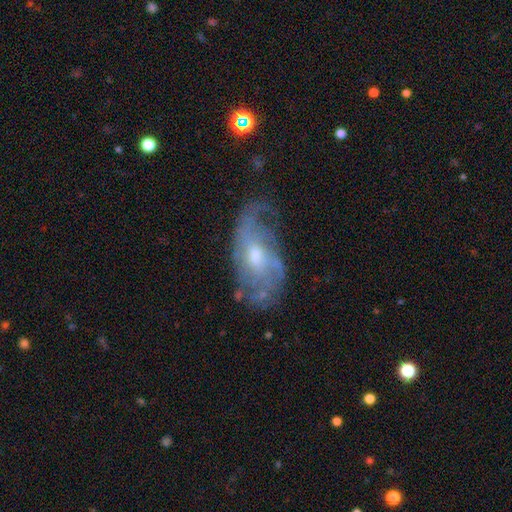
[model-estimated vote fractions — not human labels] A featured or disk galaxy (78%) with no bar (56%), 2 (38%) medium (38%) spiral arms (85%) and a moderate central bulge (57%).

Vote fractions:
- Smooth or featured? featured or disk: 78% / smooth: 15% / star or artifact: 7%
- Edge-on disk? no: 94% / yes: 6%
- Bar? no: 56% / weak: 37% / strong: 6%
- Spiral arms? yes: 85% / no: 15%
- Spiral winding? medium: 38% / loose: 37% / tight: 25%
- Spiral arm count? 2: 38% / can't tell: 33% / 1: 11% / 3: 10% / 4: 4% / more than 4: 3%
- Bulge size? moderate: 57% / small: 35% / large: 4% / none: 3% / dominant: 1%
- Merging? none: 54% / minor disturbance: 24% / major disturbance: 19% / merger: 3%